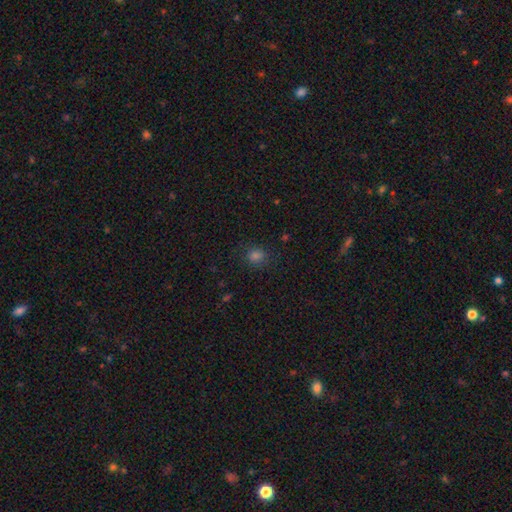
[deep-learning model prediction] Q: Smooth or featured?
A: smooth (76%); runner-up: star or artifact (19%)
Q: How rounded?
A: round (79%); runner-up: in between (20%)
Q: Merging?
A: none (84%); runner-up: minor disturbance (11%)